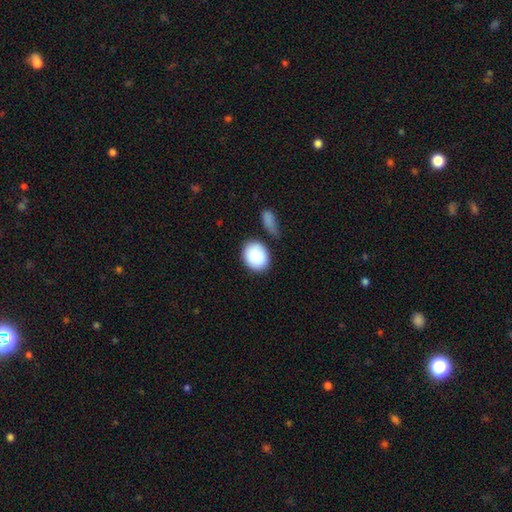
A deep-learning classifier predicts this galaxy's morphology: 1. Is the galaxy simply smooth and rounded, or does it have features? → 89% smooth, 7% star or artifact, 4% featured or disk.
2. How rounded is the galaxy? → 51% round, 48% in between, 1% cigar-shaped.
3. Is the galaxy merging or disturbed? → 68% none, 17% minor disturbance, 10% merger, 5% major disturbance.